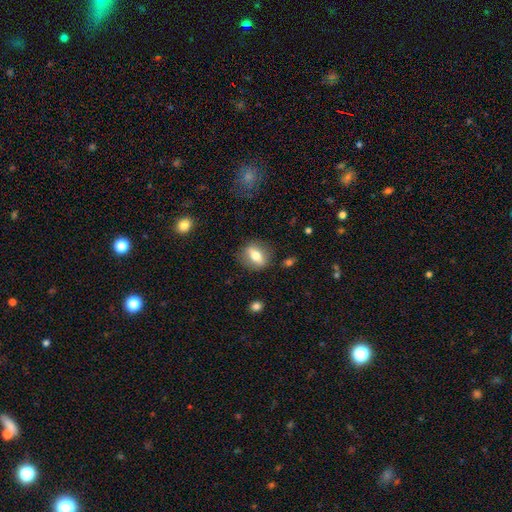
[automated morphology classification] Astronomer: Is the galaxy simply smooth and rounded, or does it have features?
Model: smooth — 60%.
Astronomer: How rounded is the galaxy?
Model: in between — 57% (runner-up: round, 34%).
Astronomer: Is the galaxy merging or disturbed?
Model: none — 83%.